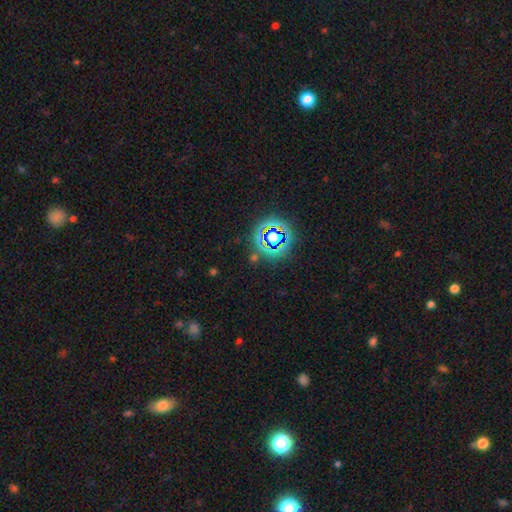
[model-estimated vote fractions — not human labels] smooth_or_featured: star or artifact (p=0.72) [alt: smooth p=0.18]